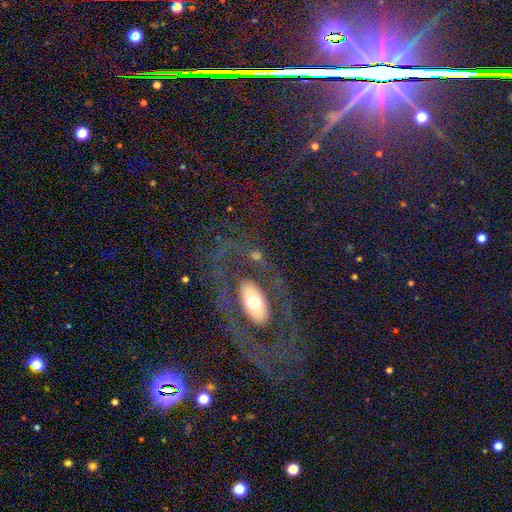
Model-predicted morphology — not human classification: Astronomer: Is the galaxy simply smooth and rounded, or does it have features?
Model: featured or disk — 59%.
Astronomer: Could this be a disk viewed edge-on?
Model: no — 88%.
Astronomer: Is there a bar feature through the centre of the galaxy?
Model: no — 69%.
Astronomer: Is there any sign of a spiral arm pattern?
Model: no — 53% (runner-up: yes, 47%).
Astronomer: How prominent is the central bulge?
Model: moderate — 61%.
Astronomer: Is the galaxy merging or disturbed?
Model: none — 68%.